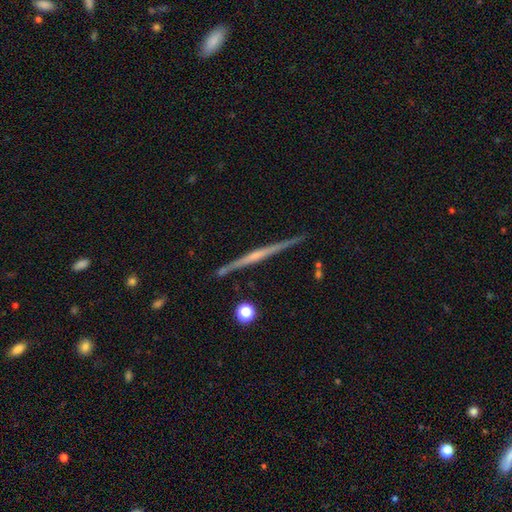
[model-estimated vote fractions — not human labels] featured or disk 80%, smooth 14%, star or artifact 6%. Down the decision tree: edge-on disk — yes (99%); edge-on bulge — rounded (53%); merging — none (90%).